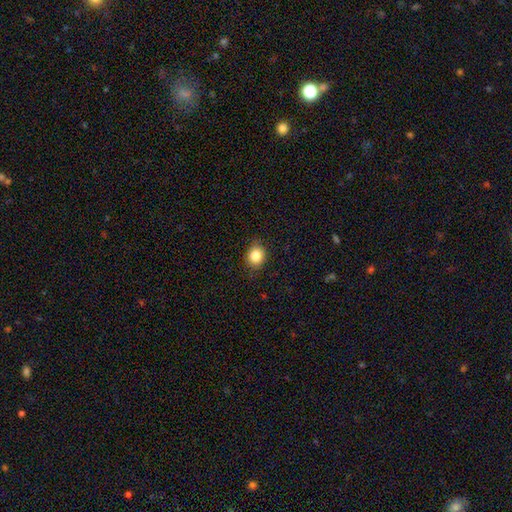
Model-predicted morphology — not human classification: Smooth or featured: smooth — 85% (star or artifact — 10%)
How rounded: round — 66% (in between — 33%)
Merging: none — 84% (minor disturbance — 12%)